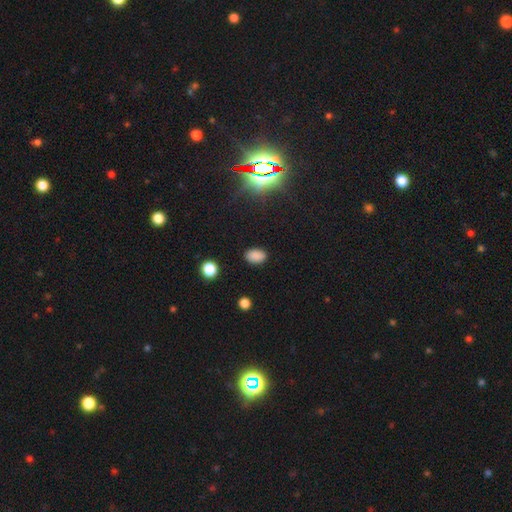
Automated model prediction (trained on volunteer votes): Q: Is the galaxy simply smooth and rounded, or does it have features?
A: smooth — 83%.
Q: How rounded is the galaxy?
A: in between — 87%.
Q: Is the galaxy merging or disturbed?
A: none — 86%.